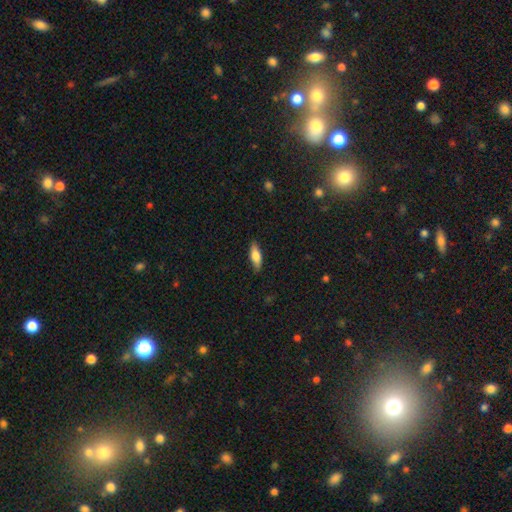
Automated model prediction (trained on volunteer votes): Overall: smooth (70%). How rounded: in between (54%; cigar-shaped 43%). Merging: none (86%).